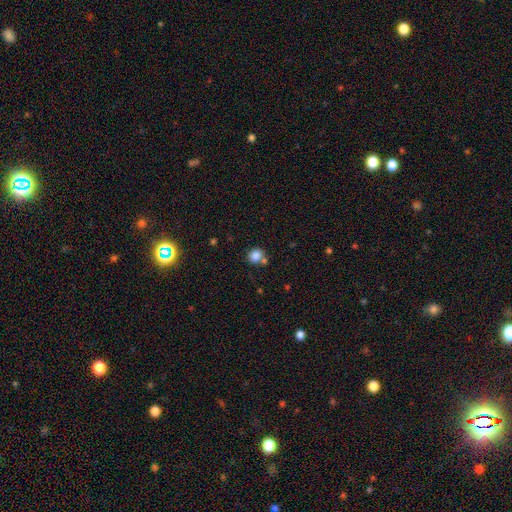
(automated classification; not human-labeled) This is clearly a smooth galaxy (84%). How rounded: likely round (77%). Merging: likely none (63%).